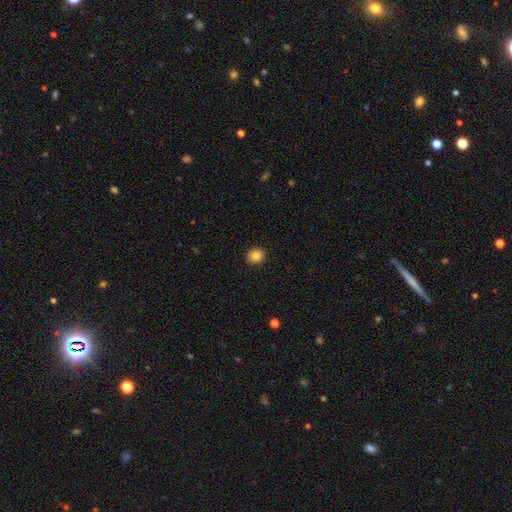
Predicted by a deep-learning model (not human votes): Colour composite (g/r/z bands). It shows a smooth galaxy with no disk features (85%) that is round (79%). Merging: none (92%).